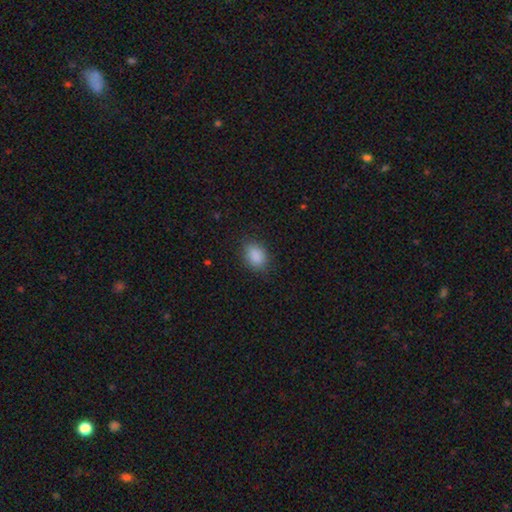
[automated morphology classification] smooth 88%, star or artifact 9%, featured or disk 3%. Down the decision tree: how rounded — in between (69%); merging — none (82%).